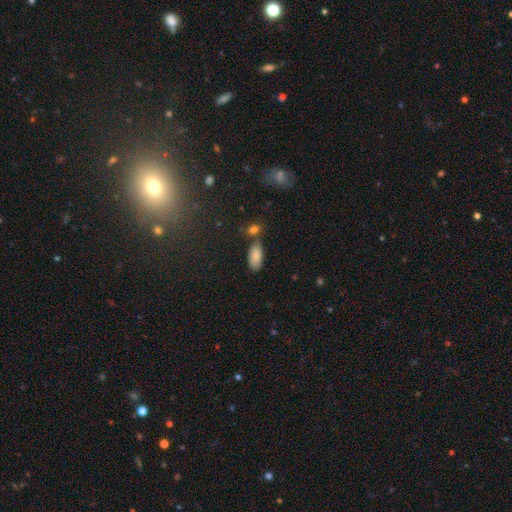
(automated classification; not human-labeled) smooth 85%, star or artifact 8%, featured or disk 7%. Down the decision tree: how rounded — in between (89%); merging — none (65%).